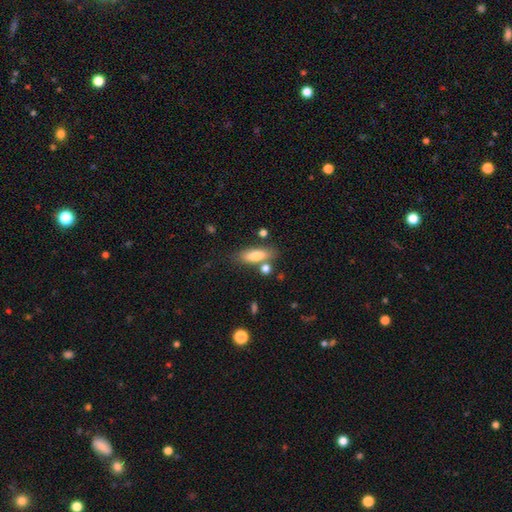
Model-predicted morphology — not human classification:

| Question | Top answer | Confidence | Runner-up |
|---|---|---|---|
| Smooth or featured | smooth | 77% | featured or disk (16%) |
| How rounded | in between | 54% | cigar-shaped (43%) |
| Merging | none | 69% | minor disturbance (15%) |